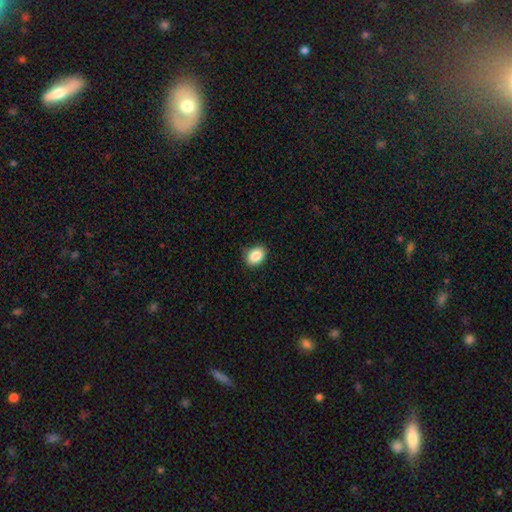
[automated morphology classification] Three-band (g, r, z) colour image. It shows a smooth galaxy with no disk features (87%) that is in between round and cigar-shaped (71%). Merging: none (84%).